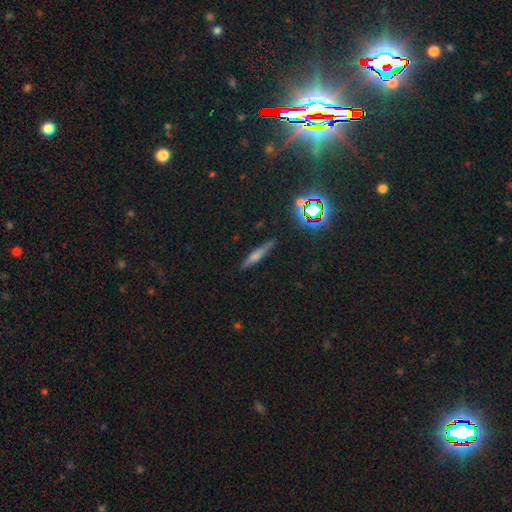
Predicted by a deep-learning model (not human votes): Overall: smooth (47%; featured or disk 35%). Merging: none (86%).